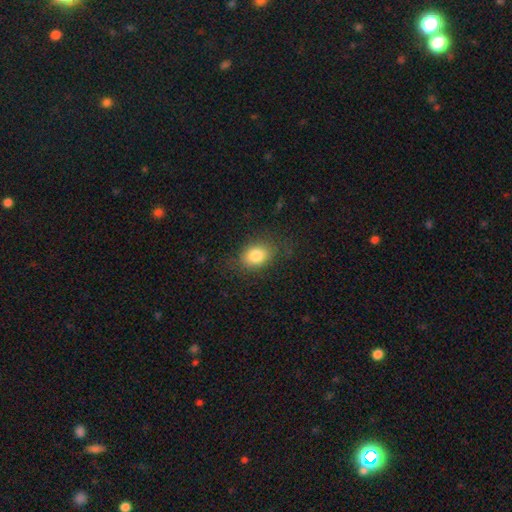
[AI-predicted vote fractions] Morphology: type=smooth (82%); roundness=in between (70%); merging=none (78%).